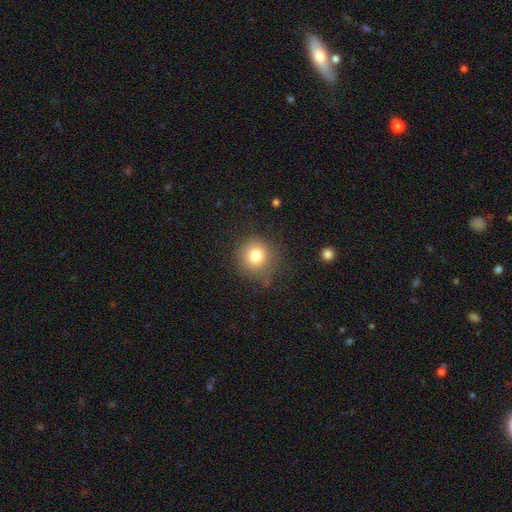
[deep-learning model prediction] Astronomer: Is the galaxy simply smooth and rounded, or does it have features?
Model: smooth — 78%.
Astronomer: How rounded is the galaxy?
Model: round — 93%.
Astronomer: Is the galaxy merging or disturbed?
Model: none — 79%.